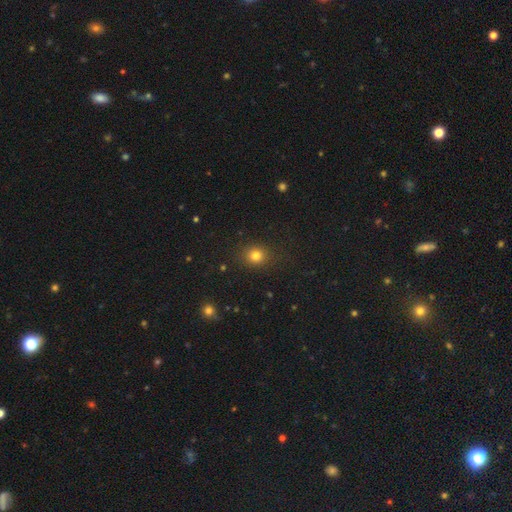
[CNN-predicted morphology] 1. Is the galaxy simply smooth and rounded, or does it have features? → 80% smooth, 14% star or artifact, 6% featured or disk.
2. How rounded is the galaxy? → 75% round, 24% in between, 1% cigar-shaped.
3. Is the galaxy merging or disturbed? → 86% none, 9% minor disturbance, 3% major disturbance, 1% merger.